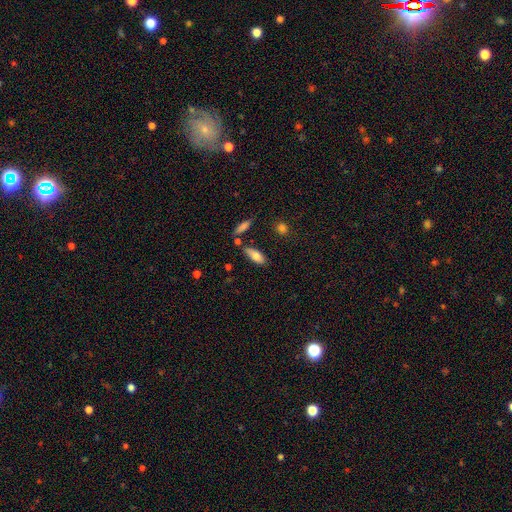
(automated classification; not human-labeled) Q: Smooth or featured?
A: smooth (78%); runner-up: featured or disk (15%)
Q: How rounded?
A: in between (74%); runner-up: cigar-shaped (24%)
Q: Merging?
A: none (68%); runner-up: minor disturbance (17%)